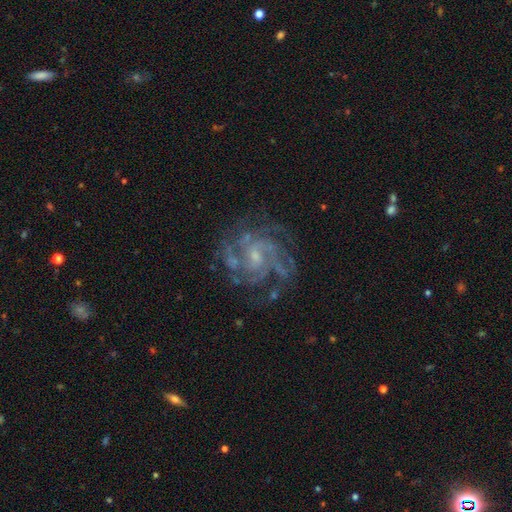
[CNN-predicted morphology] type=featured or disk (88%); edge-on=no (98%); bar=no (53%); spiral arms=yes (96%); winding=tight (53%); arm count=4 (26%); bulge=small (62%); merging=none (72%).